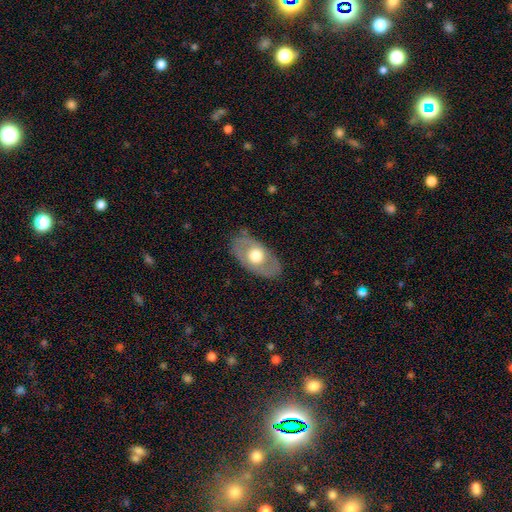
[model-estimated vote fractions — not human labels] Morphology: type=featured or disk (48%); merging=none (80%).